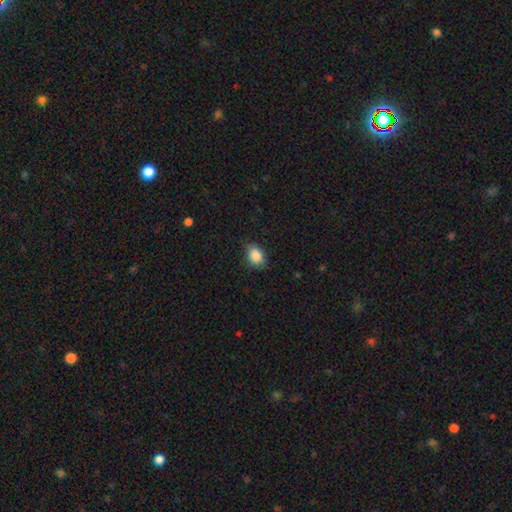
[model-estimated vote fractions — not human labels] The model was most divided on "how rounded": in between: 66%, round: 32%, cigar-shaped: 1%. More confident: smooth or featured — smooth (87%); merging — none (76%).